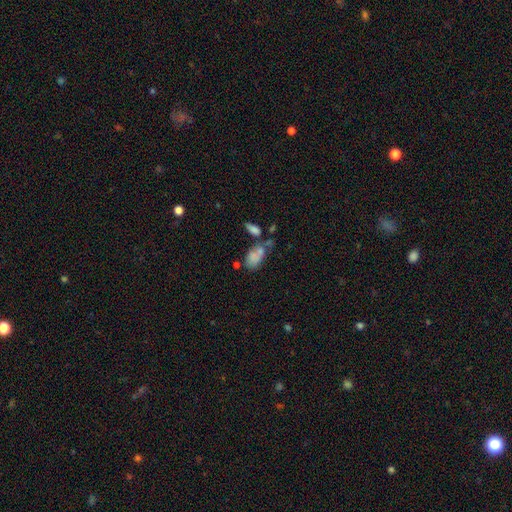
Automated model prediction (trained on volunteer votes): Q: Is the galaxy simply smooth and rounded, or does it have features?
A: smooth — 73%.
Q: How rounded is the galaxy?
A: in between — 89%.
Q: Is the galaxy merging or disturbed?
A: merger — 44%.